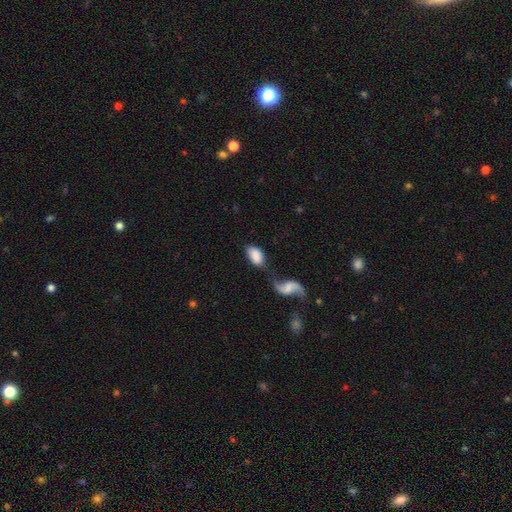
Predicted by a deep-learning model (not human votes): Morphology: type=smooth (78%); roundness=in between (93%); merging=none (37%, tied with merger).